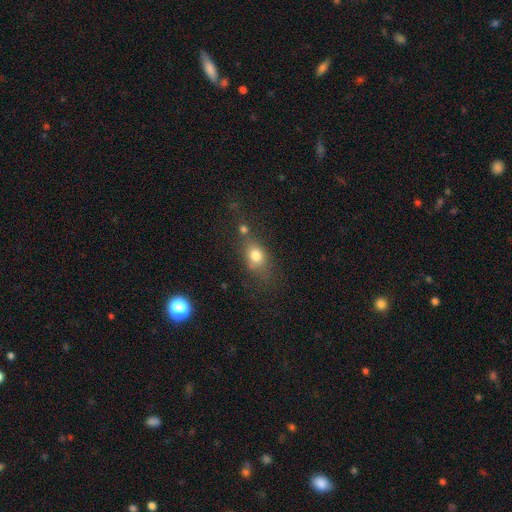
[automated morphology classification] A smooth galaxy with no disk features (76%) that is in between round and cigar-shaped (65%).

Vote fractions:
- Smooth or featured? smooth: 76% / featured or disk: 12% / star or artifact: 11%
- How rounded? in between: 65% / round: 30% / cigar-shaped: 4%
- Merging? none: 51% / minor disturbance: 20% / merger: 19% / major disturbance: 10%